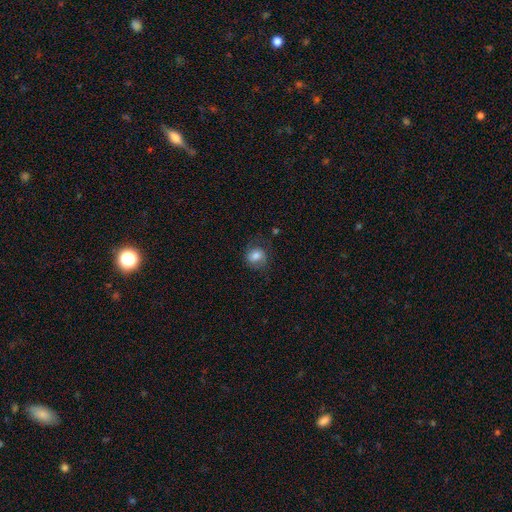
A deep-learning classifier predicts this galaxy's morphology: Smooth or featured?
  - smooth: 71% *
  - featured or disk: 20%
  - star or artifact: 9%
How rounded?
  - round: 64% *
  - in between: 35%
  - cigar-shaped: 1%
Merging?
  - none: 64% *
  - minor disturbance: 22%
  - major disturbance: 13%
  - merger: 2%